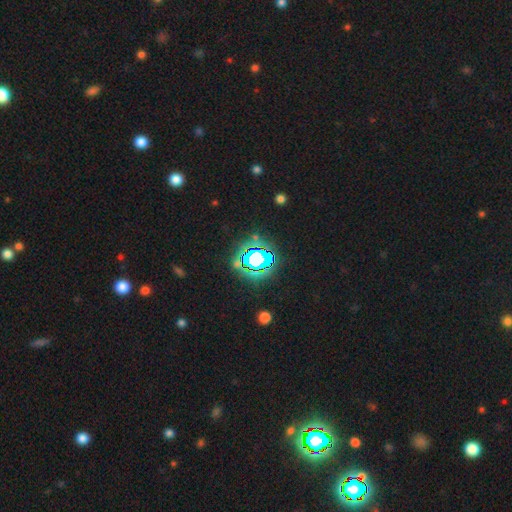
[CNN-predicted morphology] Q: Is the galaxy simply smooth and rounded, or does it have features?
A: star or artifact — 83%.